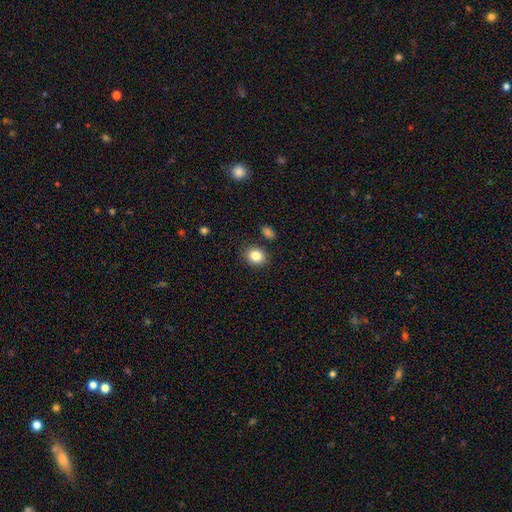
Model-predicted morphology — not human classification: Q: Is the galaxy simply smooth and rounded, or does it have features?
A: smooth — 85%.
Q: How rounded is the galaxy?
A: round — 62%.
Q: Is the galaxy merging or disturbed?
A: none — 84%.